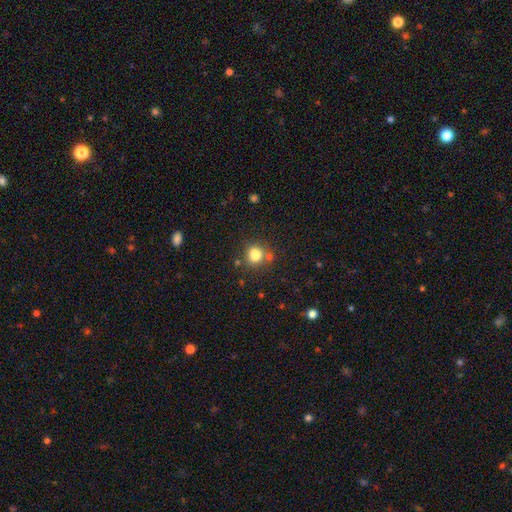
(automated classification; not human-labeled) Q: Smooth or featured?
A: smooth (77%); runner-up: star or artifact (12%)
Q: How rounded?
A: round (73%); runner-up: in between (26%)
Q: Merging?
A: none (57%); runner-up: merger (24%)